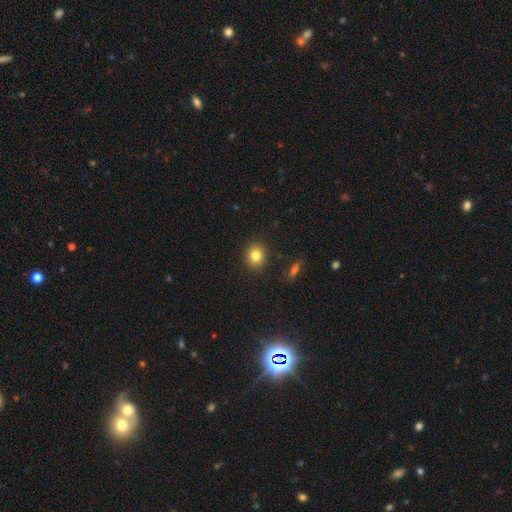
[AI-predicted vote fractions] Overall: smooth (82%). How rounded: round (73%). Merging: none (89%).